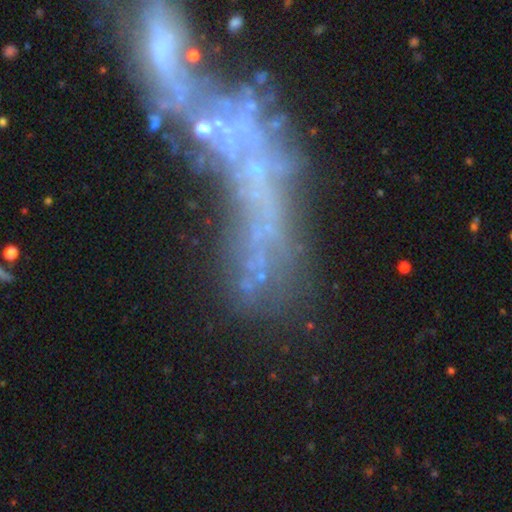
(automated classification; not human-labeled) The model was most divided on "merging": merger: 45%, major disturbance: 25%, none: 20%, minor disturbance: 10%. More confident: edge-on disk — no (78%); smooth or featured — featured or disk (52%).